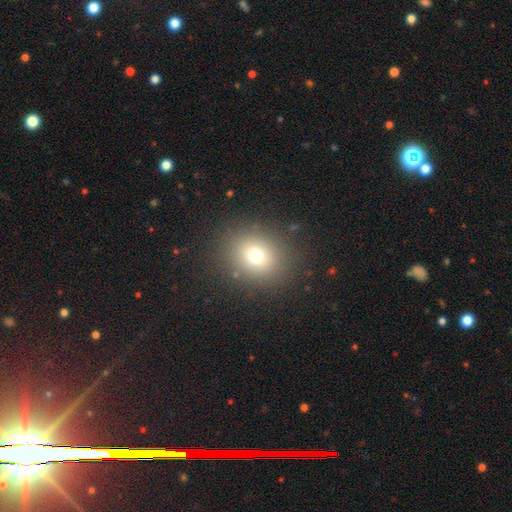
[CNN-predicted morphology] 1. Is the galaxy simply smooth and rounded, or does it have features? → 72% smooth, 17% star or artifact, 11% featured or disk.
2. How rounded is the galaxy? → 72% round, 27% in between, 1% cigar-shaped.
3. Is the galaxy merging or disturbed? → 86% none, 8% minor disturbance, 4% major disturbance, 2% merger.